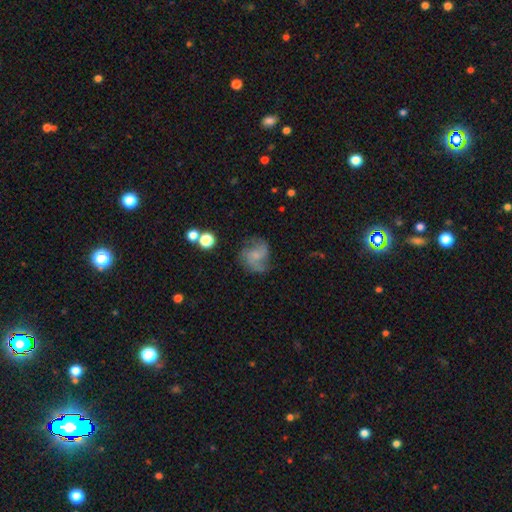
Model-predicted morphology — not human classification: The model was most divided on "spiral winding": medium: 46%, loose: 35%, tight: 19%. Remaining: edge-on disk — no (98%); spiral arms — yes (89%); bar — no (64%); smooth or featured — featured or disk (61%); merging — none (60%); spiral arm count — 2 (52%); bulge size — small (48%).